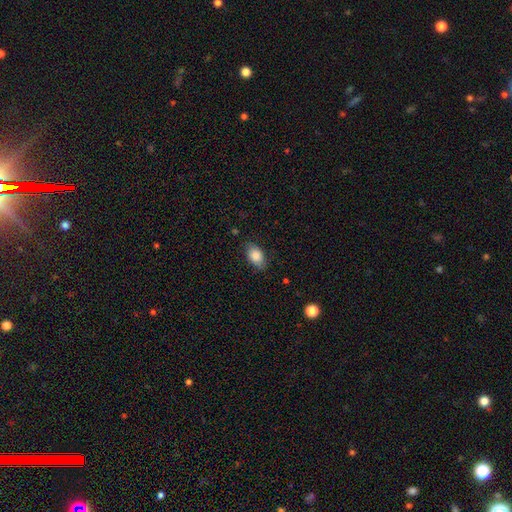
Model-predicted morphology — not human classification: smooth_or_featured: smooth (p=0.84) [alt: featured or disk p=0.09]
how_rounded: in between (p=0.90) [alt: round p=0.08]
merging: none (p=0.82) [alt: minor disturbance p=0.14]